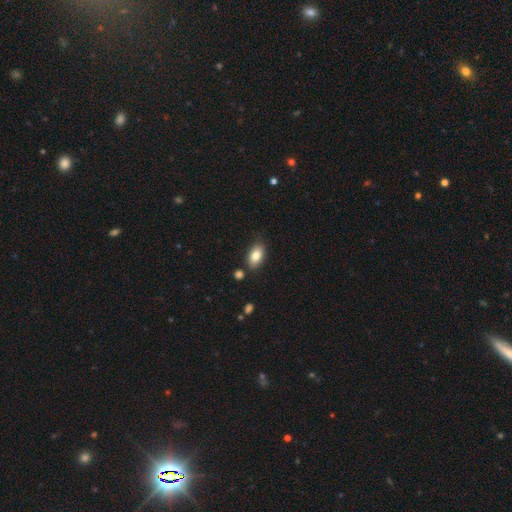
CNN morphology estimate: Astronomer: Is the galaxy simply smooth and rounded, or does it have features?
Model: smooth — 83%.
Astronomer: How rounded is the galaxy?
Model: in between — 92%.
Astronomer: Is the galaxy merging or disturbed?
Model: none — 81%.